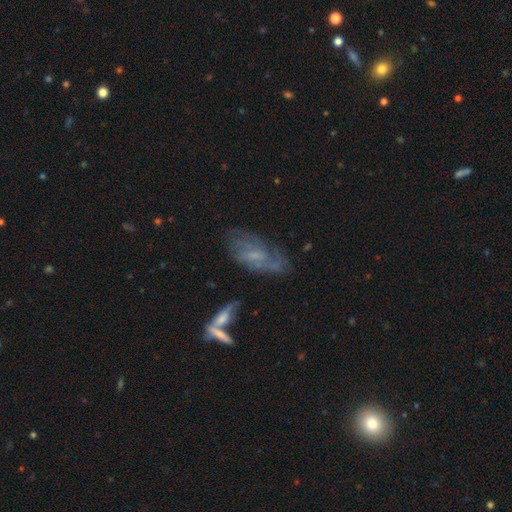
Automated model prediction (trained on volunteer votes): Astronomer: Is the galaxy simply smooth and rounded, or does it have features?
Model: featured or disk — 63%.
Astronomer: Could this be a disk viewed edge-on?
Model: no — 91%.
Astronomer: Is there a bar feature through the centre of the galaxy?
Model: weak — 45% (runner-up: no, 44%).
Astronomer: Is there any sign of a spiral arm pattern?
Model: yes — 76%.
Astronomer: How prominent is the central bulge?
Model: small — 44% (runner-up: none, 33%).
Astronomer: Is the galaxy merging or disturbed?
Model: none — 53%.